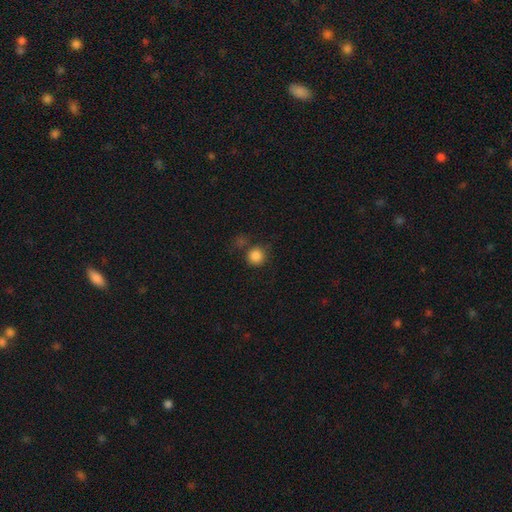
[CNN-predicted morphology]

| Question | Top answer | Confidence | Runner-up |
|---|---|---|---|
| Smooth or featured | smooth | 85% | star or artifact (11%) |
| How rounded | round | 94% | in between (6%) |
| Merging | none | 71% | merger (12%) |